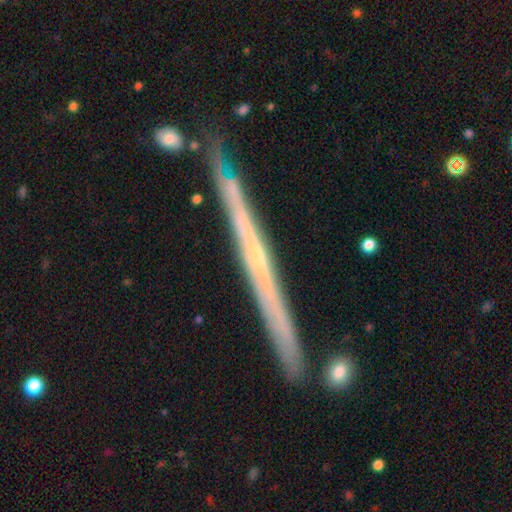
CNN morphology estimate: A featured or disk galaxy (74%) viewed edge-on (97%) with no central bulge (73%). Merging: none (86%).